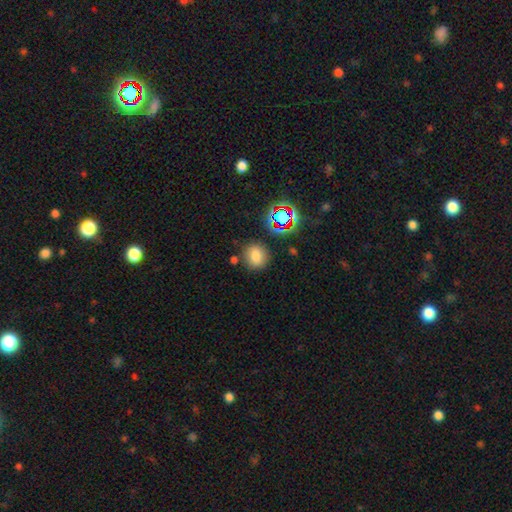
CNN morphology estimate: A smooth galaxy with no disk features (76%) that is round (74%).

Vote fractions:
- Smooth or featured? smooth: 76% / star or artifact: 16% / featured or disk: 8%
- How rounded? round: 74% / in between: 25% / cigar-shaped: 1%
- Merging? none: 80% / minor disturbance: 11% / merger: 5% / major disturbance: 4%